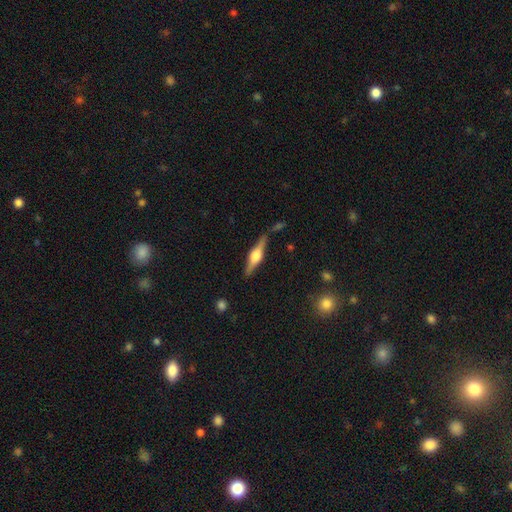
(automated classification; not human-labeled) Q: Smooth or featured?
A: featured or disk (74%); runner-up: smooth (20%)
Q: Edge-on disk?
A: yes (97%); runner-up: no (3%)
Q: Edge-on bulge?
A: rounded (90%); runner-up: boxy (8%)
Q: Merging?
A: none (82%); runner-up: minor disturbance (12%)